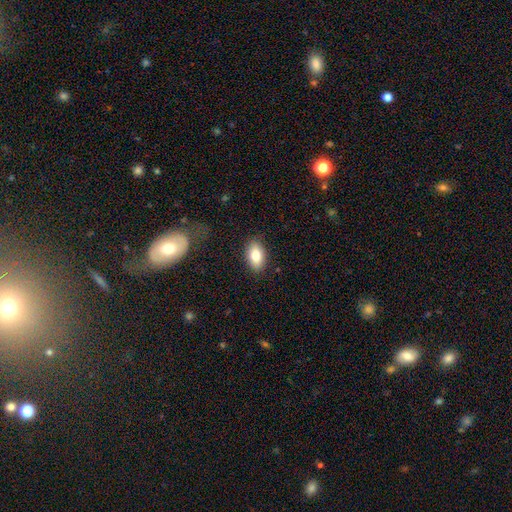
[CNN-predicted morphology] smooth_or_featured: smooth (p=0.79) [alt: featured or disk p=0.13]
how_rounded: in between (p=0.90) [alt: round p=0.07]
merging: none (p=0.86) [alt: minor disturbance p=0.10]